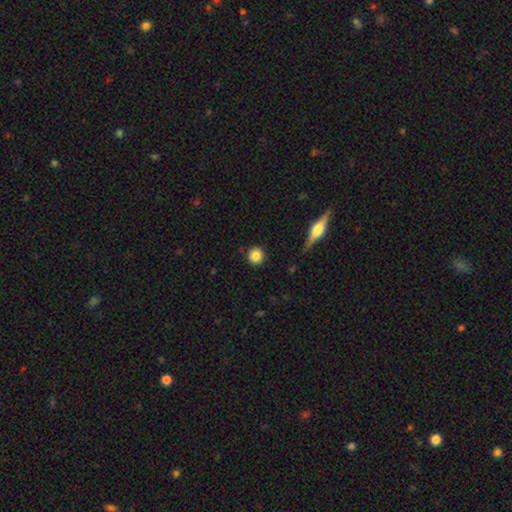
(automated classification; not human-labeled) Smooth or featured: smooth — 84% (star or artifact — 9%)
How rounded: round — 94% (in between — 5%)
Merging: none — 88% (minor disturbance — 7%)